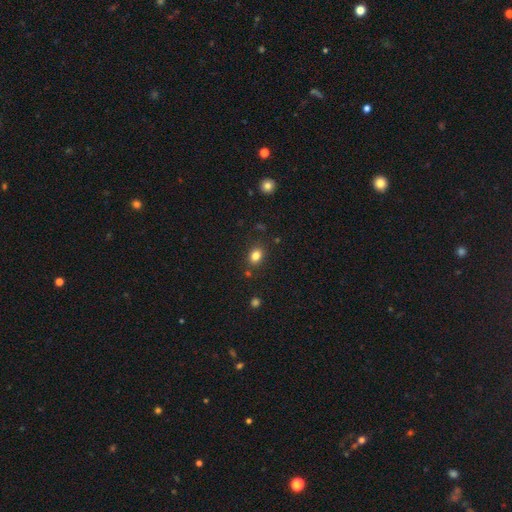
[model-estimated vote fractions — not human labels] smooth 83%, star or artifact 11%, featured or disk 6%. Down the decision tree: how rounded — in between (59%); merging — none (83%).